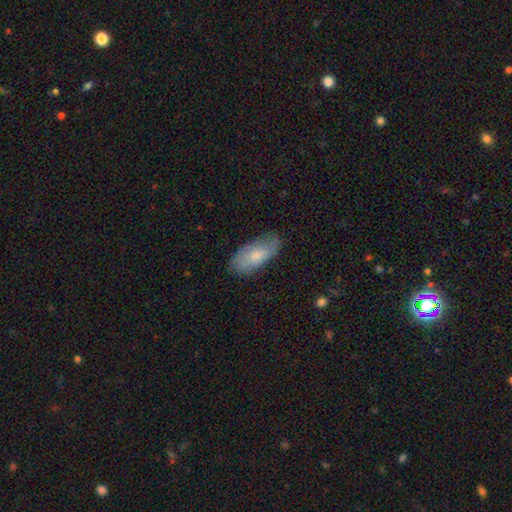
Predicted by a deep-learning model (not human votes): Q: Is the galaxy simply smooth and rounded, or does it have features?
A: smooth — 74%.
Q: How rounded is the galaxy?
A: in between — 88%.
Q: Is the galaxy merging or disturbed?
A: none — 74%.